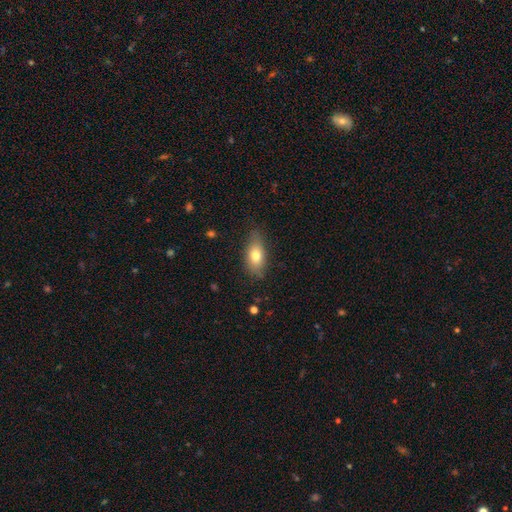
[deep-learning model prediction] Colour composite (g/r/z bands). It shows a smooth galaxy with no disk features (75%) that is in between round and cigar-shaped (83%). Merging: none (74%).